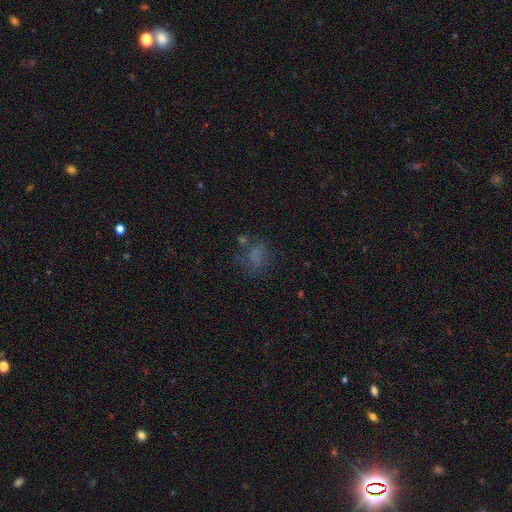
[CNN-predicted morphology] This is possibly a smooth galaxy (56%). How rounded: possibly in between (56%). Merging: possibly none (50%).